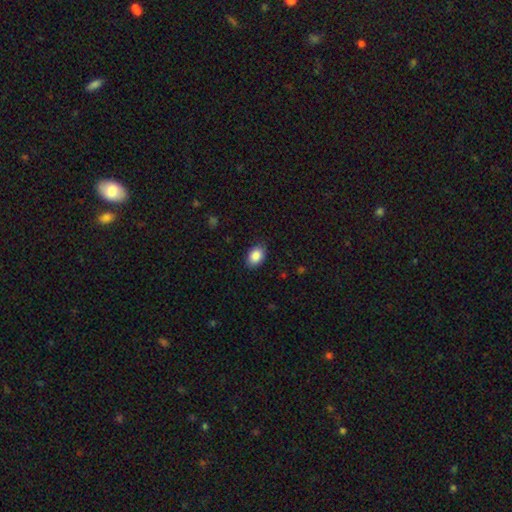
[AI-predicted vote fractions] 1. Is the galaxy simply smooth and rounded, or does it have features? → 88% smooth, 7% star or artifact, 4% featured or disk.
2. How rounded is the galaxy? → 84% in between, 15% round, 1% cigar-shaped.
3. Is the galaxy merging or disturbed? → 84% none, 13% minor disturbance, 3% major disturbance, 1% merger.